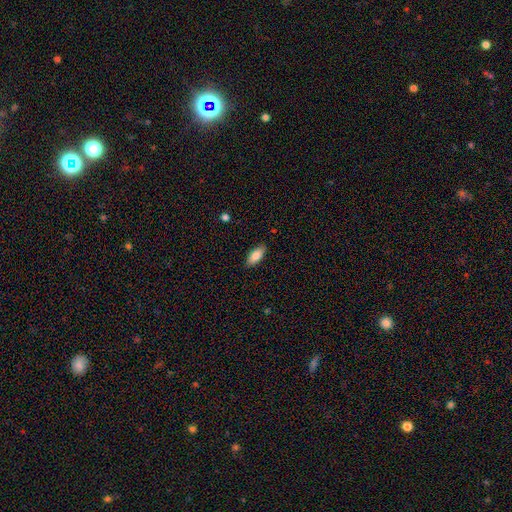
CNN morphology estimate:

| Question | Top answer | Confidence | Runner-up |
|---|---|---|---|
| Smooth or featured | smooth | 83% | featured or disk (11%) |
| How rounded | in between | 82% | cigar-shaped (16%) |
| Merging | none | 87% | minor disturbance (10%) |